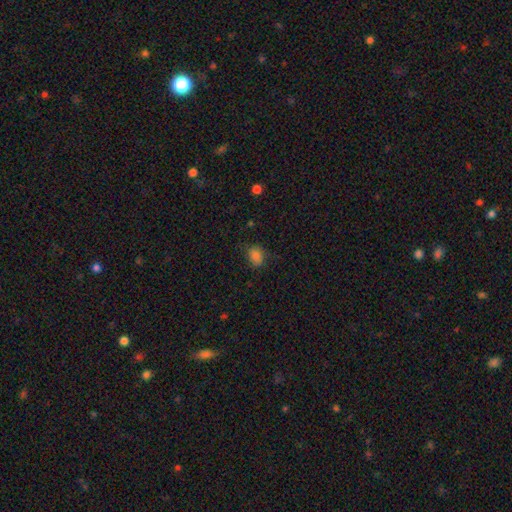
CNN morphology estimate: smooth_or_featured: smooth (p=0.81) [alt: star or artifact p=0.11]
how_rounded: in between (p=0.57) [alt: round p=0.42]
merging: none (p=0.69) [alt: minor disturbance p=0.22]